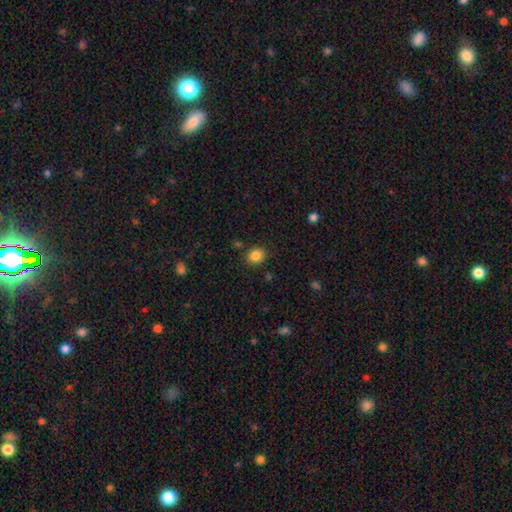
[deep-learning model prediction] The model was most divided on "how rounded": round: 59%, in between: 40%, cigar-shaped: 1%. More confident: smooth or featured — smooth (85%); merging — none (85%).